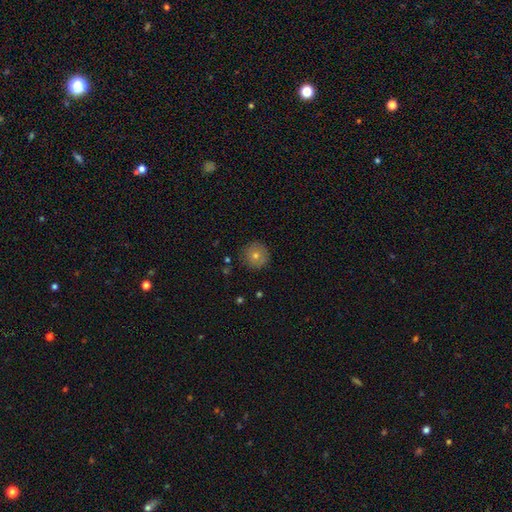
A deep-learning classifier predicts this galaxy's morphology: A smooth galaxy with no disk features (69%) that is round (96%). Merging: none (89%).